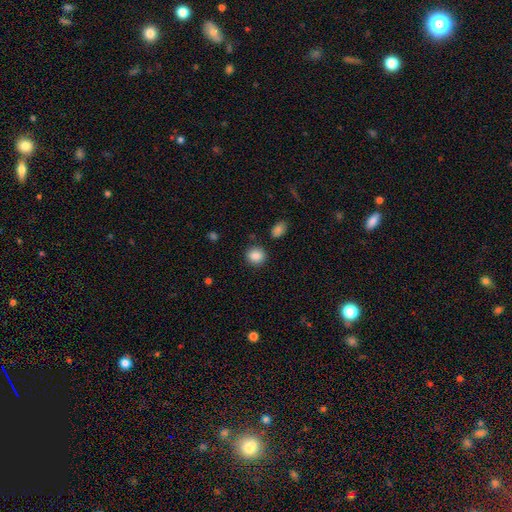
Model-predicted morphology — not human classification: Smooth or featured? Predicted: smooth (p=0.88). How rounded? Predicted: round (p=0.77). Merging? Predicted: none (p=0.85).